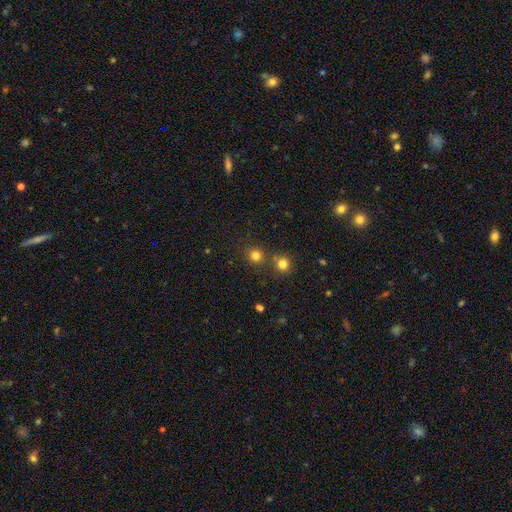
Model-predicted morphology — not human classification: The model was most divided on "merging": none: 72%, merger: 18%, minor disturbance: 7%, major disturbance: 3%. More confident: how rounded — round (90%); smooth or featured — smooth (78%).